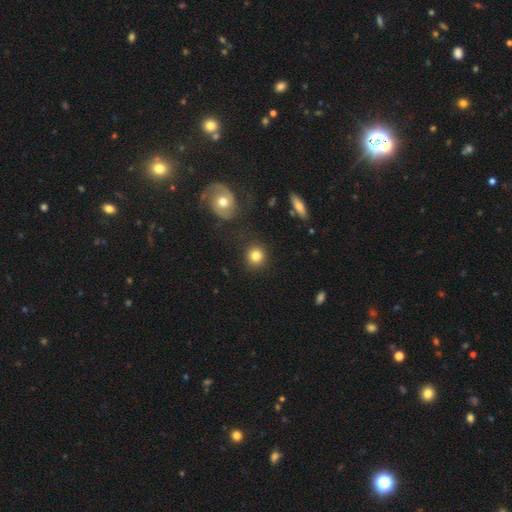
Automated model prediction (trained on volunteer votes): smooth 82%, star or artifact 10%, featured or disk 8%. Down the decision tree: how rounded — round (89%); merging — none (87%).